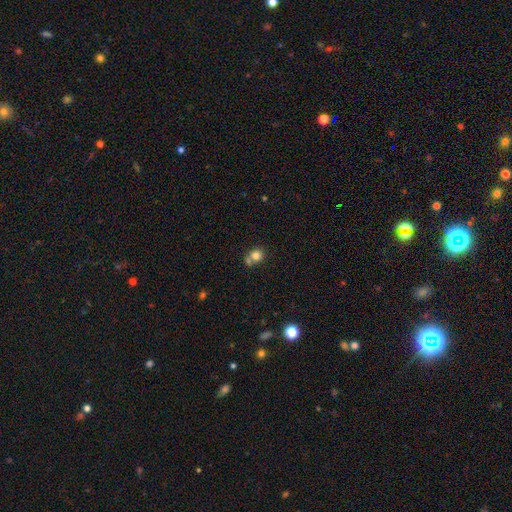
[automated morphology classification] Q: Smooth or featured?
A: smooth (79%); runner-up: star or artifact (11%)
Q: How rounded?
A: round (76%); runner-up: in between (23%)
Q: Merging?
A: none (47%); runner-up: merger (35%)